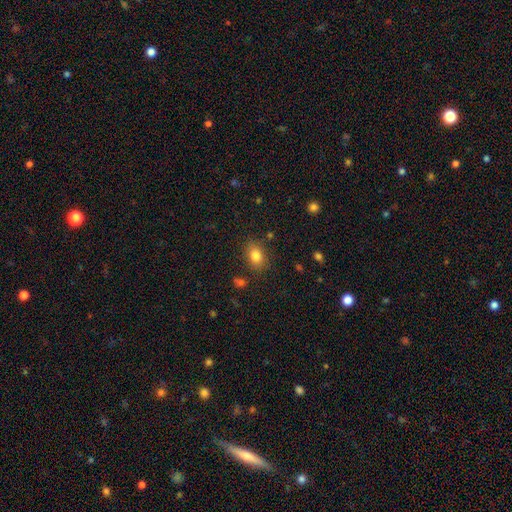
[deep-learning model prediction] Smooth or featured?
  - smooth: 82% *
  - star or artifact: 10%
  - featured or disk: 8%
How rounded?
  - in between: 74% *
  - round: 25%
  - cigar-shaped: 1%
Merging?
  - none: 81% *
  - minor disturbance: 13%
  - major disturbance: 4%
  - merger: 3%